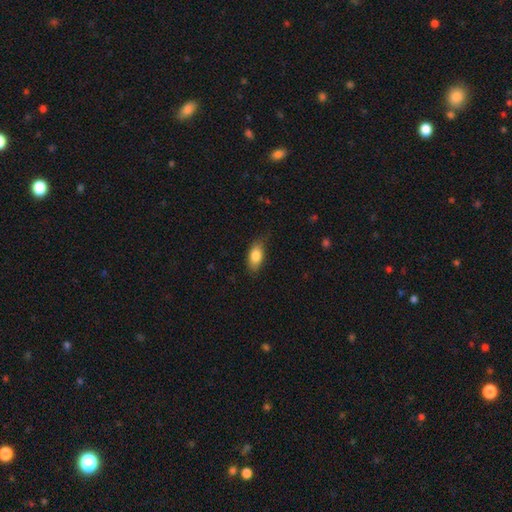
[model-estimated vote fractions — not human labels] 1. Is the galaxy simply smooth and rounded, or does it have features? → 83% smooth, 10% featured or disk, 7% star or artifact.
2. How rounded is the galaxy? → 88% in between, 8% cigar-shaped, 4% round.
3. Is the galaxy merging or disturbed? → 74% none, 21% minor disturbance, 4% major disturbance, 1% merger.